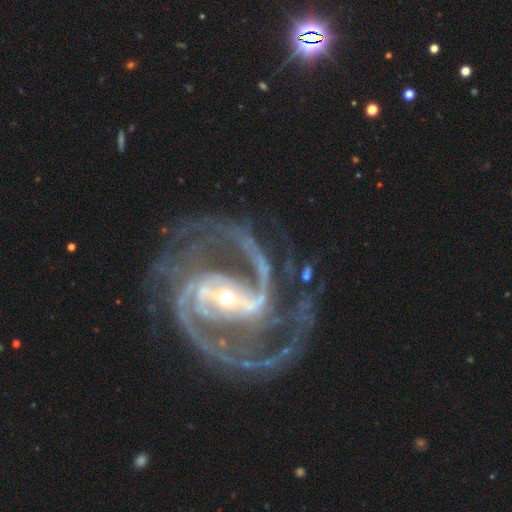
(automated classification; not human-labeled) Smooth or featured?
  - featured or disk: 94% *
  - star or artifact: 4%
  - smooth: 2%
Edge-on disk?
  - no: 98% *
  - yes: 2%
Bar?
  - strong: 57% *
  - weak: 29%
  - no: 14%
Spiral arms?
  - yes: 99% *
  - no: 1%
Spiral winding?
  - medium: 58% *
  - tight: 32%
  - loose: 10%
Spiral arm count?
  - 2: 80% *
  - 3: 8%
  - can't tell: 4%
  - 4: 3%
  - 1: 3%
  - more than 4: 3%
Bulge size?
  - small: 66% *
  - moderate: 29%
  - large: 3%
  - none: 1%
  - dominant: 1%
Merging?
  - none: 70% *
  - minor disturbance: 15%
  - major disturbance: 12%
  - merger: 3%